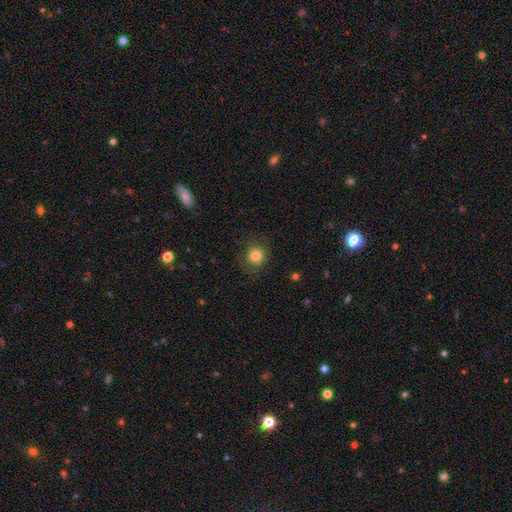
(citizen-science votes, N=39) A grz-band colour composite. It shows a smooth galaxy with no disk features (85%) that is round (94%). Merging: none (81%).